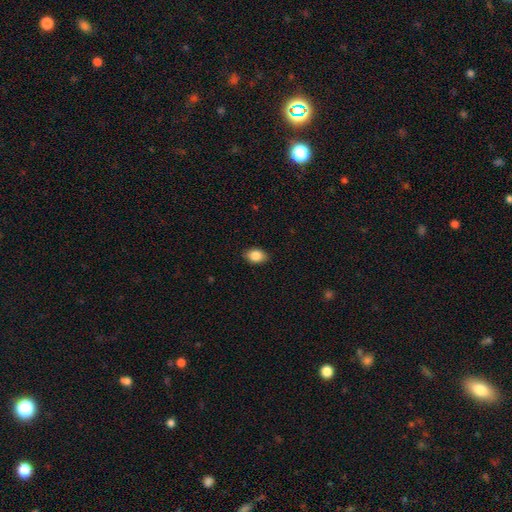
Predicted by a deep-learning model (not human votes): Smooth or featured?
  - smooth: 86% *
  - star or artifact: 8%
  - featured or disk: 6%
How rounded?
  - in between: 82% *
  - round: 17%
  - cigar-shaped: 1%
Merging?
  - none: 88% *
  - minor disturbance: 9%
  - major disturbance: 2%
  - merger: 1%